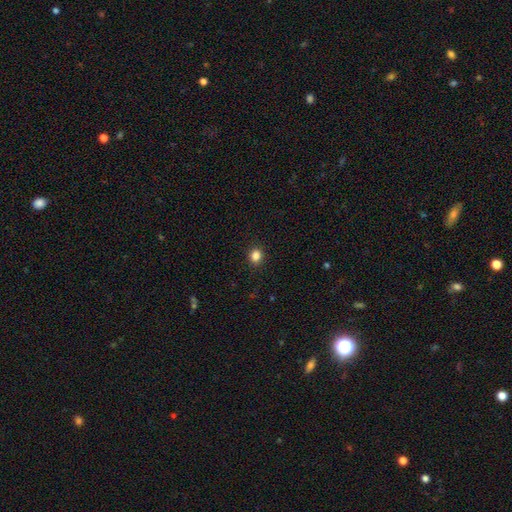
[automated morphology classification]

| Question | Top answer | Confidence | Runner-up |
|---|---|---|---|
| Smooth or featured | smooth | 84% | star or artifact (12%) |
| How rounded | round | 71% | in between (28%) |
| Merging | none | 91% | minor disturbance (6%) |